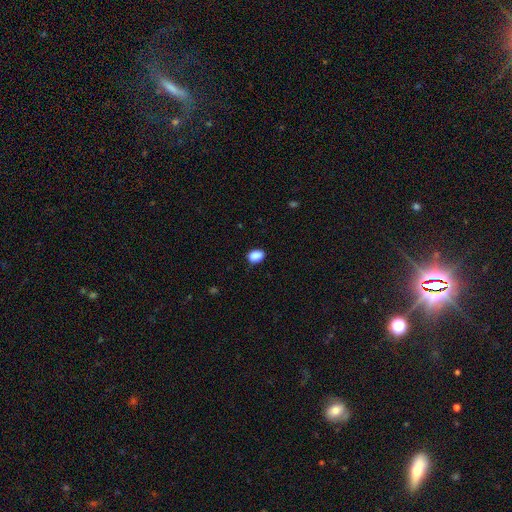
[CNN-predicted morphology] smooth 90%, star or artifact 8%, featured or disk 3%. Down the decision tree: how rounded — in between (77%); merging — none (84%).